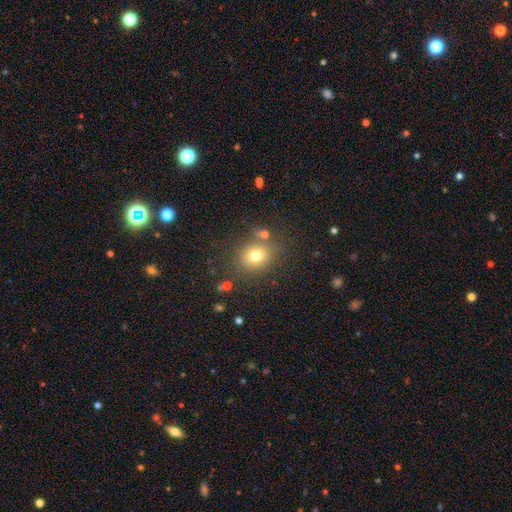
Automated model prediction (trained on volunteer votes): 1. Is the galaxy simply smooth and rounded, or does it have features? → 75% smooth, 15% star or artifact, 11% featured or disk.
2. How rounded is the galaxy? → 68% round, 31% in between, 1% cigar-shaped.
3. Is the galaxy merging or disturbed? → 76% none, 11% minor disturbance, 8% merger, 5% major disturbance.